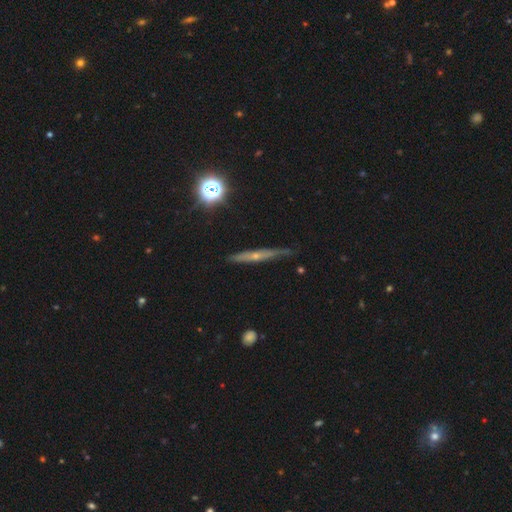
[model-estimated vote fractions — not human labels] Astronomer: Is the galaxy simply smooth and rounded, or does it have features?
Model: featured or disk — 61%.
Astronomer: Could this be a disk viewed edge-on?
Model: yes — 94%.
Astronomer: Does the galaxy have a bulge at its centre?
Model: rounded — 61%.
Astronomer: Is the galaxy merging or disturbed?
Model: none — 81%.